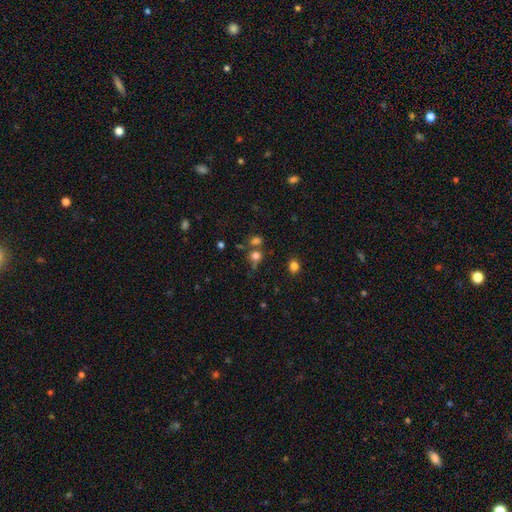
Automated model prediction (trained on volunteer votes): smooth_or_featured: smooth (p=0.73) [alt: star or artifact p=0.19]
how_rounded: round (p=0.77) [alt: in between p=0.22]
merging: none (p=0.59) [alt: merger p=0.24]